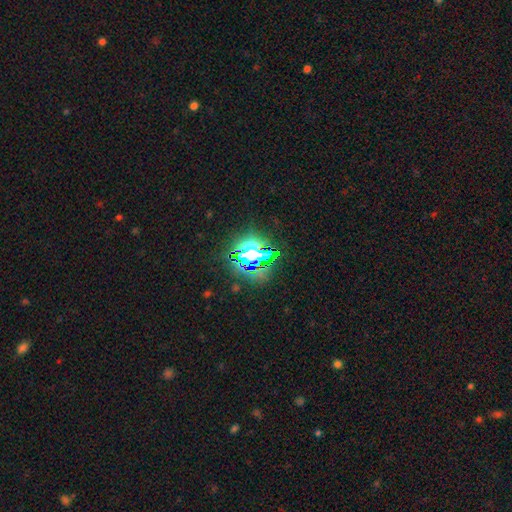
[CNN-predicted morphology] Smooth or featured: star or artifact — 69% (smooth — 20%)